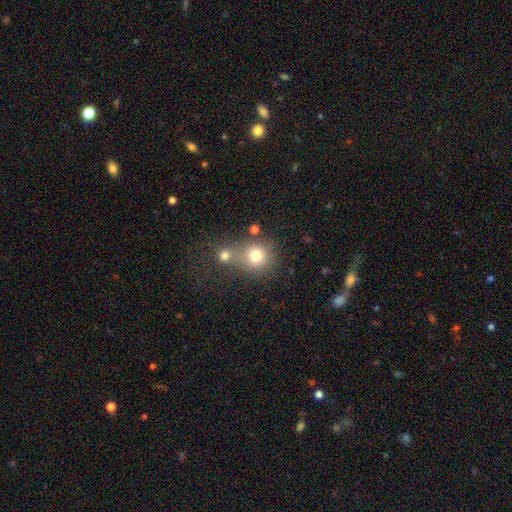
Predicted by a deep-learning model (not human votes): This is likely a smooth galaxy (76%). How rounded: clearly round (87%). Merging: possibly none (48%).